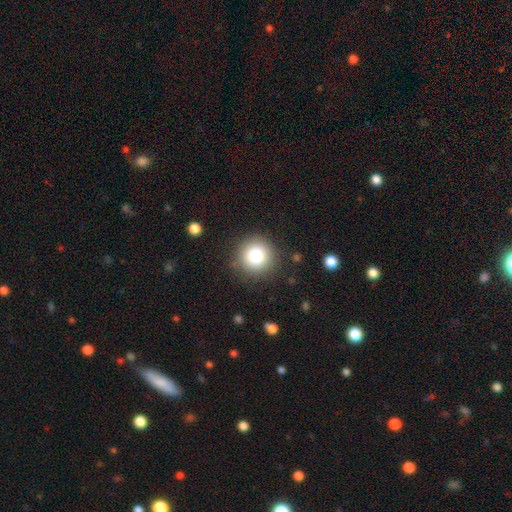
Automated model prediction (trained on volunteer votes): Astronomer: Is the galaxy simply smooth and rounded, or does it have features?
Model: smooth — 79%.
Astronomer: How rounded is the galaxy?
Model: round — 94%.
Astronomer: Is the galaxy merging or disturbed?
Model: none — 88%.